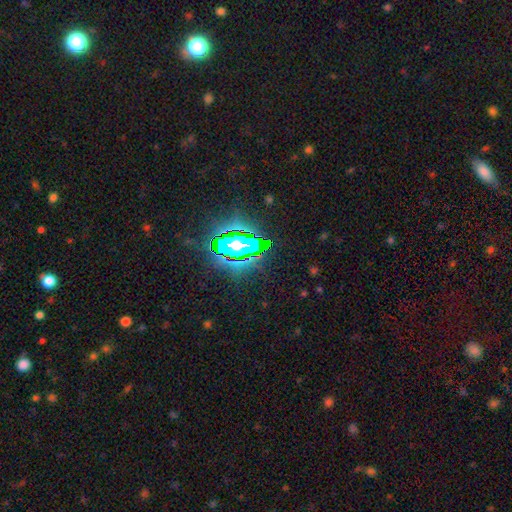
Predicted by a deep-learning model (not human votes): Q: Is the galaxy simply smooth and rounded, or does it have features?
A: star or artifact — 73%.